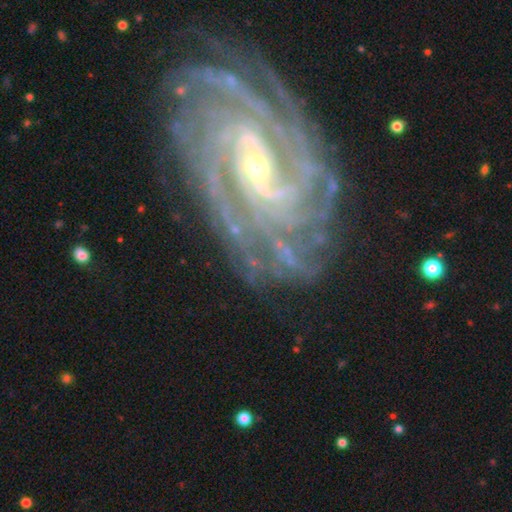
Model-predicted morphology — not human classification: Smooth or featured?
  - featured or disk: 91% *
  - star or artifact: 6%
  - smooth: 3%
Edge-on disk?
  - no: 96% *
  - yes: 4%
Bar?
  - weak: 38% *
  - no: 36%
  - strong: 26%
Spiral arms?
  - yes: 98% *
  - no: 2%
Spiral winding?
  - tight: 72% *
  - medium: 24%
  - loose: 4%
Spiral arm count?
  - more than 4: 21% *
  - 4: 20%
  - can't tell: 20%
  - 3: 16%
  - 2: 15%
  - 1: 9%
Bulge size?
  - small: 59% *
  - moderate: 37%
  - large: 2%
  - none: 1%
  - dominant: 1%
Merging?
  - none: 78% *
  - minor disturbance: 14%
  - major disturbance: 6%
  - merger: 2%